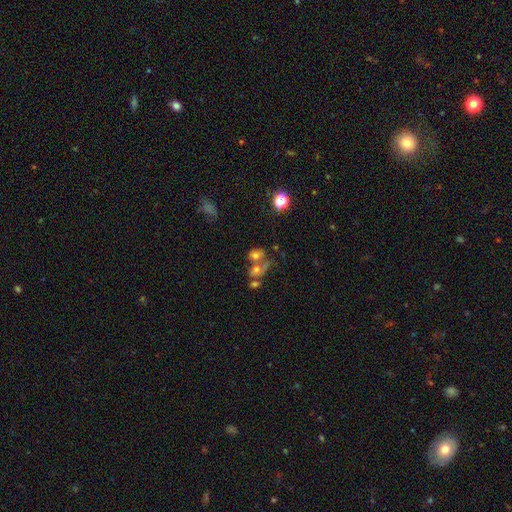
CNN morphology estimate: Overall: smooth (59%; featured or disk 23%). How rounded: in between (57%; round 41%). Merging: merger (55%; none 27%).